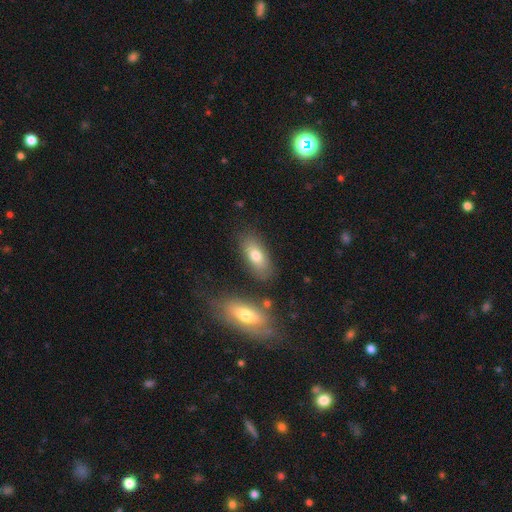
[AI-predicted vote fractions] Q: Smooth or featured?
A: smooth (75%); runner-up: featured or disk (18%)
Q: How rounded?
A: in between (83%); runner-up: cigar-shaped (13%)
Q: Merging?
A: none (76%); runner-up: minor disturbance (13%)